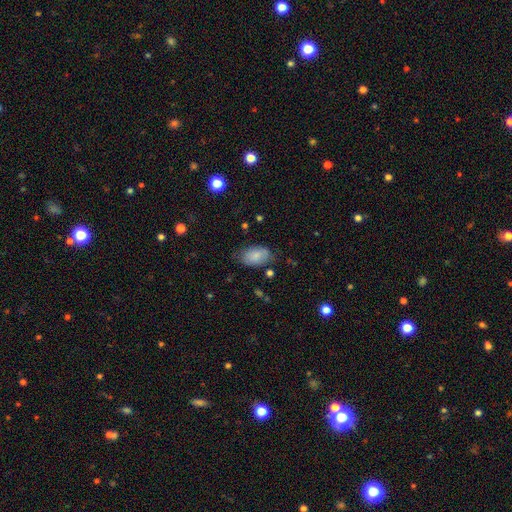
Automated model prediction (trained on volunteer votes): smooth_or_featured: smooth (p=0.81) [alt: featured or disk p=0.12]
how_rounded: in between (p=0.92) [alt: round p=0.07]
merging: none (p=0.70) [alt: minor disturbance p=0.22]